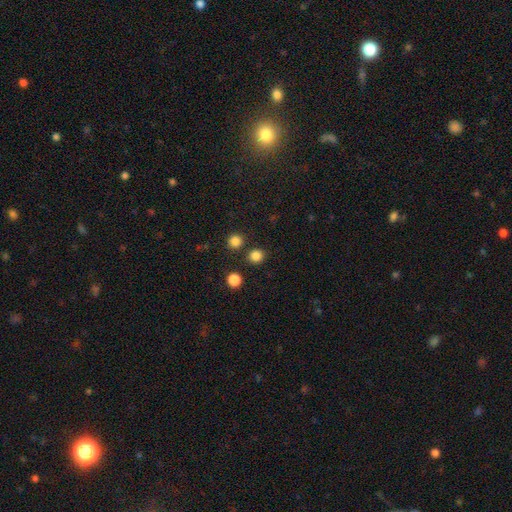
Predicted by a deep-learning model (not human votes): Smooth or featured?
  - smooth: 83% *
  - star or artifact: 14%
  - featured or disk: 3%
How rounded?
  - round: 88% *
  - in between: 11%
  - cigar-shaped: 1%
Merging?
  - none: 84% *
  - merger: 7%
  - minor disturbance: 6%
  - major disturbance: 3%